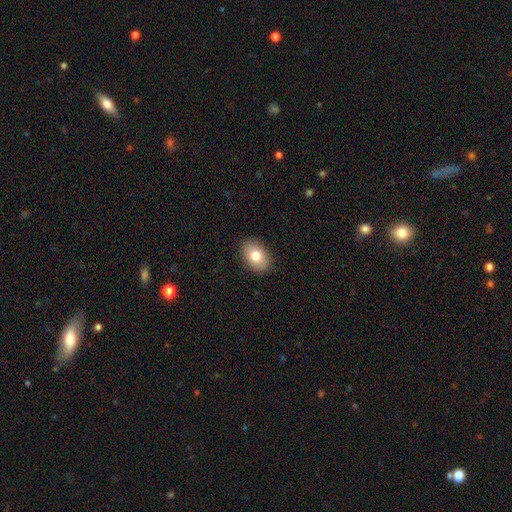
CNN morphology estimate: type=smooth (79%); roundness=in between (82%); merging=none (89%).